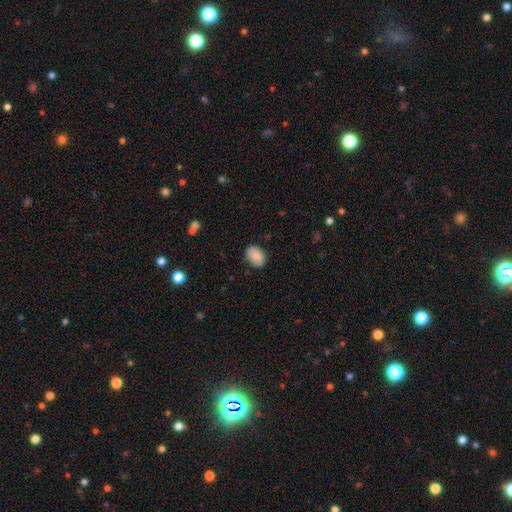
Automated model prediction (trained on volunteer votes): Smooth or featured? smooth (85%)
How rounded? in between (83%)
Merging? none (84%)